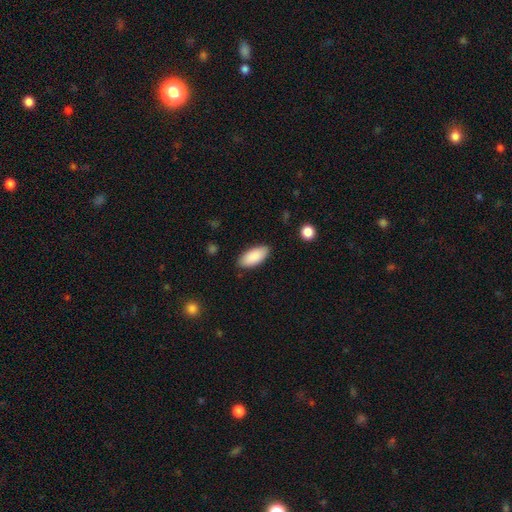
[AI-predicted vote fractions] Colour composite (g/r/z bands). It shows a smooth galaxy with no disk features (89%) that is in between round and cigar-shaped (90%). Merging: none (87%).